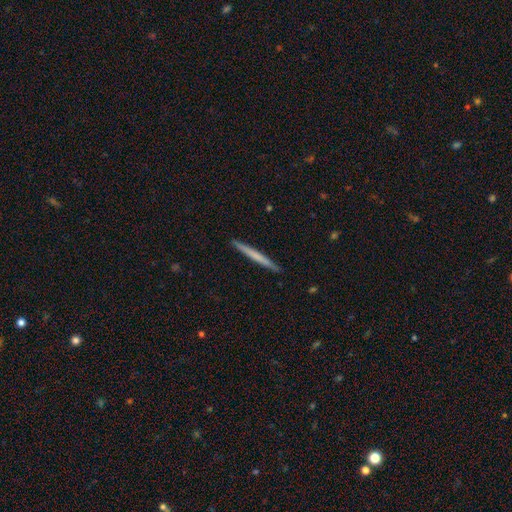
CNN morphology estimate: smooth-or-featured: smooth: 57% | featured or disk: 38% | star or artifact: 5%
  how-rounded: cigar-shaped: 97% | in between: 2% | round: 1%
  merging: none: 92% | minor disturbance: 6% | major disturbance: 1% | merger: 1%